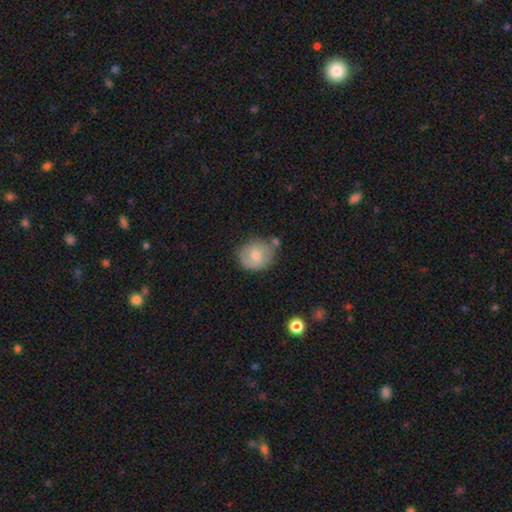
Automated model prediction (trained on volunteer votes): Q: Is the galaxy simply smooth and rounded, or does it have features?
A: smooth — 64%.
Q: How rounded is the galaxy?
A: round — 78%.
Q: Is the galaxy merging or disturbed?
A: none — 61%.